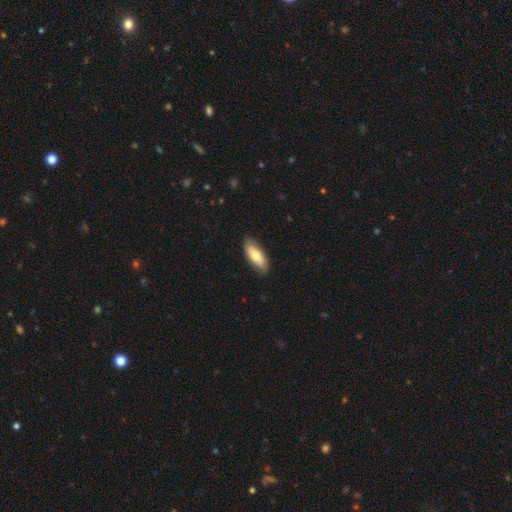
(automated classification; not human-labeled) This is likely a smooth galaxy (71%). How rounded: likely in between (76%). Merging: clearly none (85%).